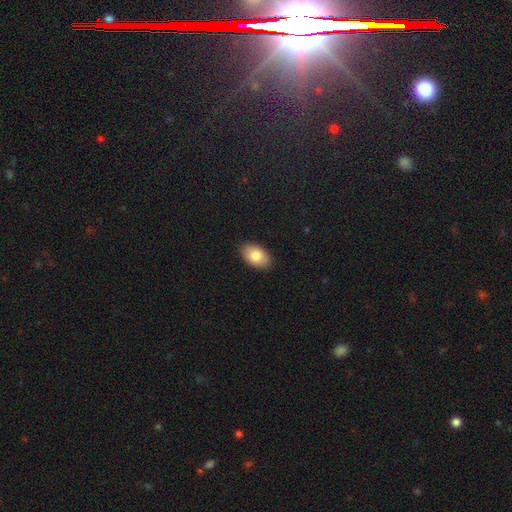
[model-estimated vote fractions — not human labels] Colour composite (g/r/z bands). It shows a smooth galaxy with no disk features (82%) that is in between round and cigar-shaped (92%). Merging: none (89%).